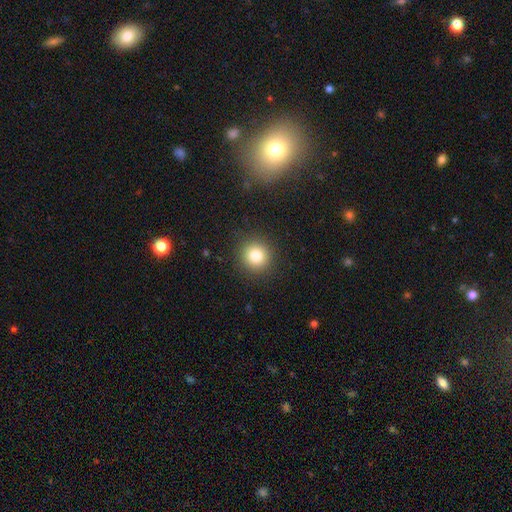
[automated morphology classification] smooth-or-featured: smooth: 82% | star or artifact: 11% | featured or disk: 7%
  how-rounded: round: 93% | in between: 7% | cigar-shaped: 1%
  merging: none: 90% | minor disturbance: 6% | major disturbance: 2% | merger: 1%